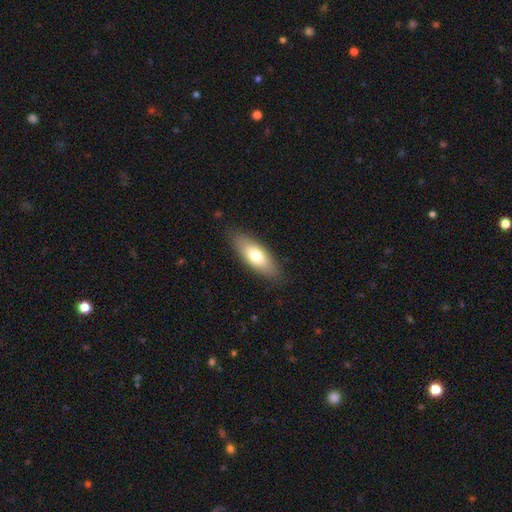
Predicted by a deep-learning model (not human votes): This is likely a smooth galaxy (70%). How rounded: likely in between (74%). Merging: clearly none (85%).